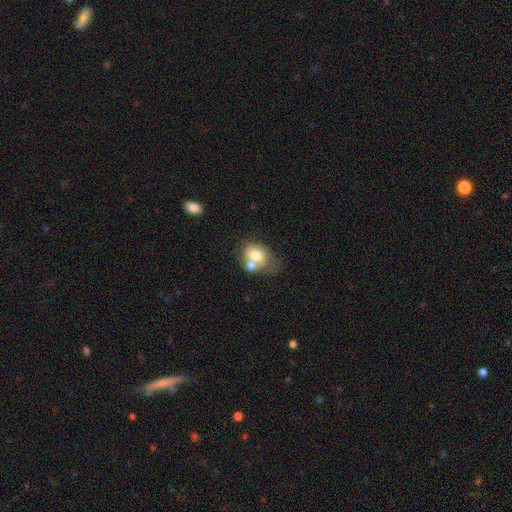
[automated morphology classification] smooth 69%, featured or disk 22%, star or artifact 9%. Down the decision tree: how rounded — in between (55%); merging — merger (45%).